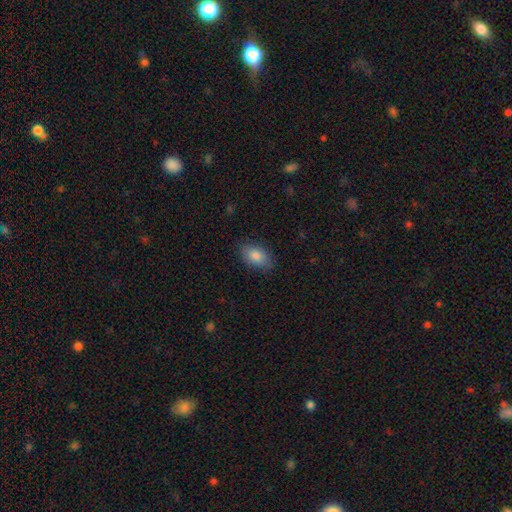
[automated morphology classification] Smooth or featured? smooth (85%)
How rounded? in between (90%)
Merging? none (82%)